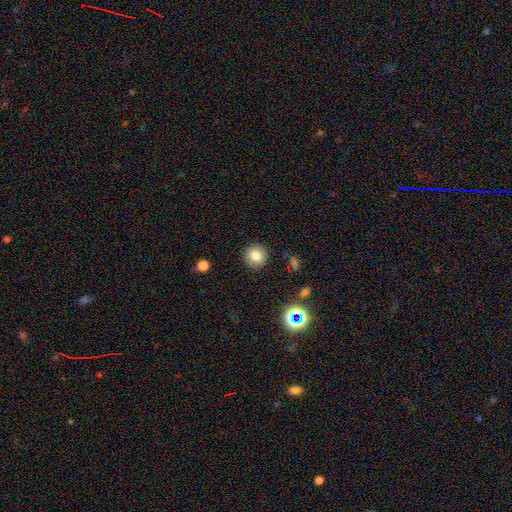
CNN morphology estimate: Overall: smooth (79%). How rounded: round (92%). Merging: none (90%).